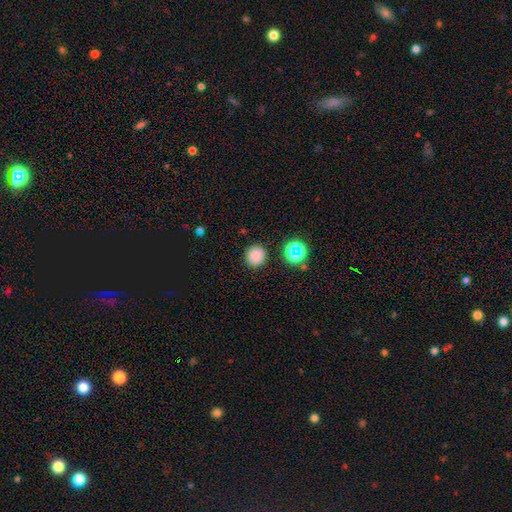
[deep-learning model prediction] Smooth or featured?
  - smooth: 80% *
  - star or artifact: 15%
  - featured or disk: 5%
How rounded?
  - round: 86% *
  - in between: 13%
  - cigar-shaped: 1%
Merging?
  - none: 87% *
  - minor disturbance: 8%
  - major disturbance: 3%
  - merger: 2%